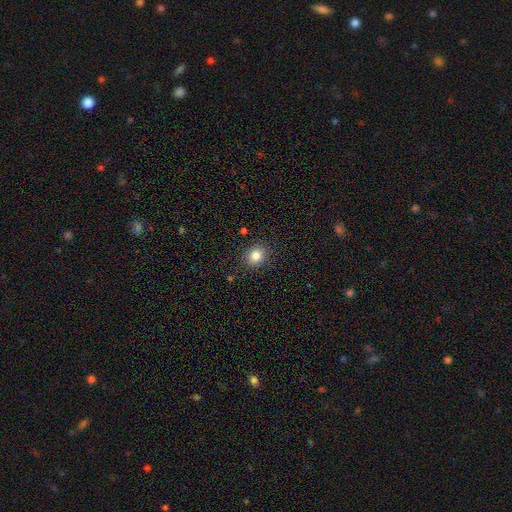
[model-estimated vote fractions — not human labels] A smooth galaxy with no disk features (83%) that is round (71%). Merging: none (88%).